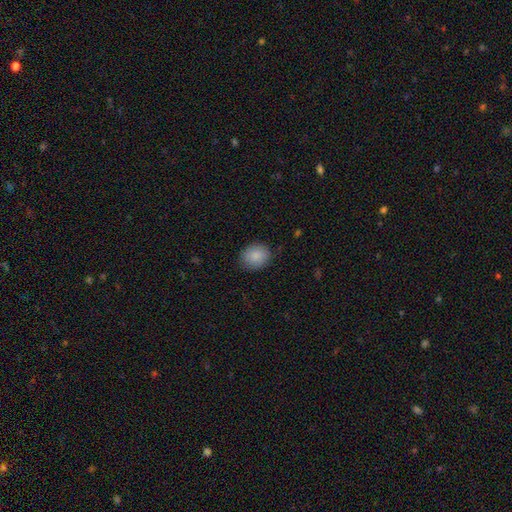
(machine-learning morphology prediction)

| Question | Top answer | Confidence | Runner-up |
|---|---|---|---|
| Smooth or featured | smooth | 88% | star or artifact (8%) |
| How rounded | round | 61% | in between (38%) |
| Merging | none | 85% | minor disturbance (11%) |